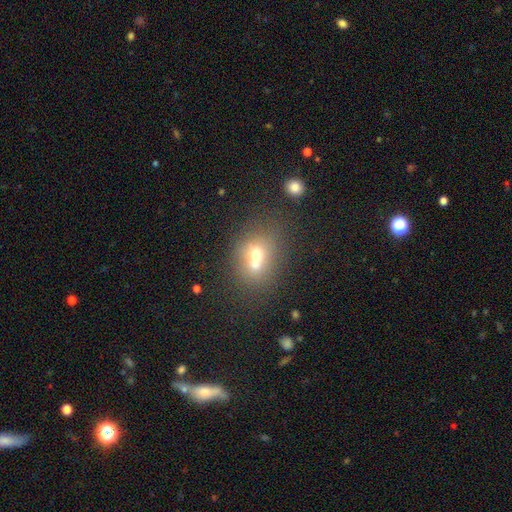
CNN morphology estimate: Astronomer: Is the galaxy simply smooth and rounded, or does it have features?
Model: smooth — 62%.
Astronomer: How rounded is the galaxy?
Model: round — 58% (runner-up: in between, 41%).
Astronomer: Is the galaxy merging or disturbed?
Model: merger — 52% (runner-up: none, 34%).